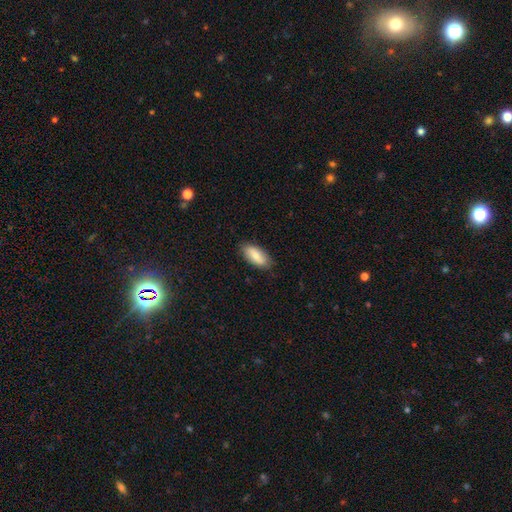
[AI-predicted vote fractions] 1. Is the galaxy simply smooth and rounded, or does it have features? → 77% smooth, 17% featured or disk, 6% star or artifact.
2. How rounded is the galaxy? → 90% in between, 7% cigar-shaped, 2% round.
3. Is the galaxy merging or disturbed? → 84% none, 13% minor disturbance, 2% major disturbance, 1% merger.